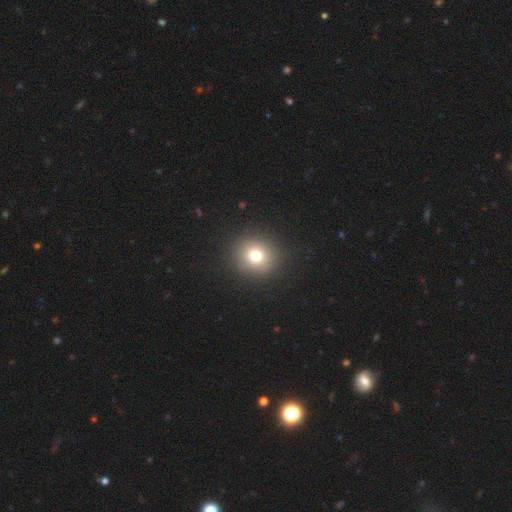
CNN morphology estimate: Overall: smooth (74%). How rounded: round (88%). Merging: none (90%).